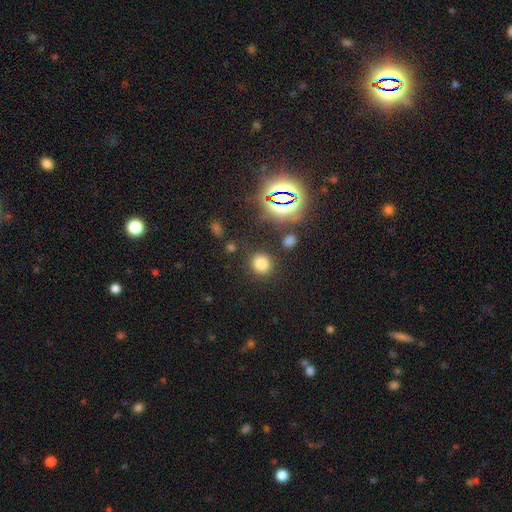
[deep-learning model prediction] The model was most divided on "smooth or featured": star or artifact: 78%, smooth: 15%, featured or disk: 7%.